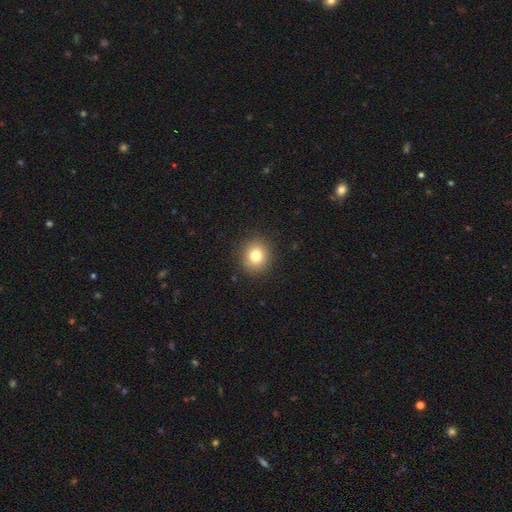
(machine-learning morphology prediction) Smooth or featured? Predicted: smooth (p=0.80). How rounded? Predicted: round (p=0.83). Merging? Predicted: none (p=0.90).